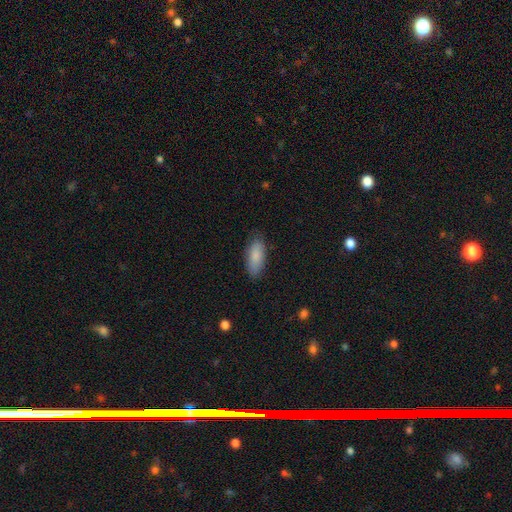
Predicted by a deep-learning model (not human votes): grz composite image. It shows a smooth galaxy with no disk features (86%) that is in between round and cigar-shaped (82%). Merging: none (82%).